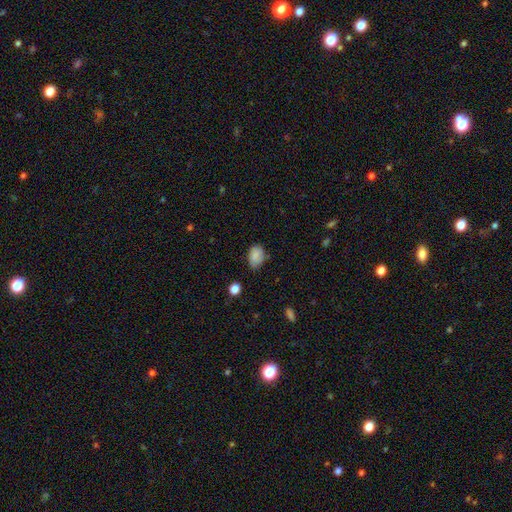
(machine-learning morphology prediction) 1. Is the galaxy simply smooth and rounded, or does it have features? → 81% smooth, 10% featured or disk, 9% star or artifact.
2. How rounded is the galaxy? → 84% in between, 15% round, 1% cigar-shaped.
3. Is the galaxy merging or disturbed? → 60% none, 30% minor disturbance, 6% major disturbance, 3% merger.